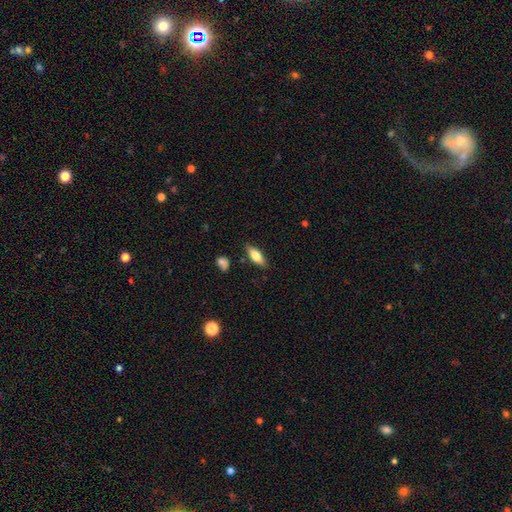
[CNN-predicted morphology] Overall: smooth (72%). How rounded: in between (71%). Merging: none (82%).